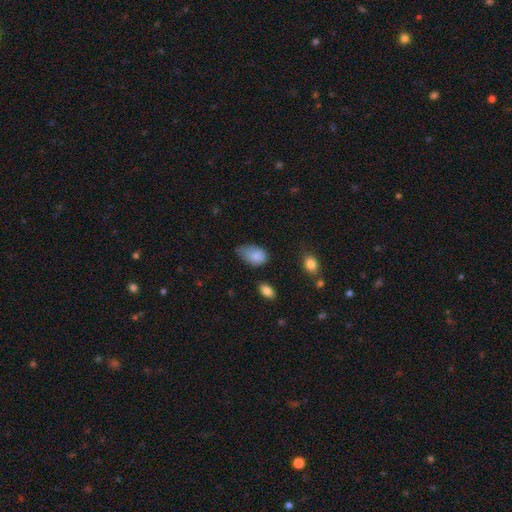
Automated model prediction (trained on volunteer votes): Q: Smooth or featured?
A: smooth (83%); runner-up: star or artifact (9%)
Q: How rounded?
A: in between (87%); runner-up: round (12%)
Q: Merging?
A: minor disturbance (46%); runner-up: none (35%)